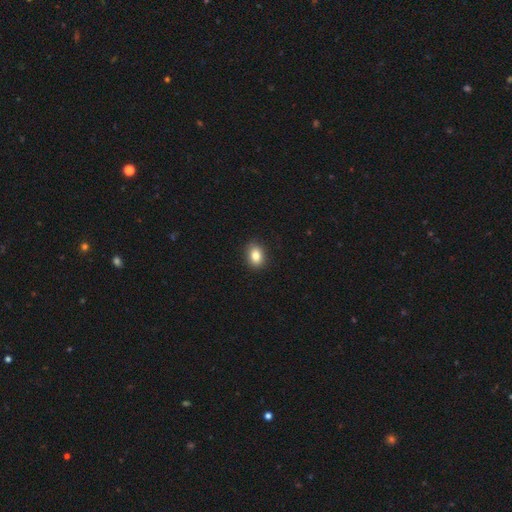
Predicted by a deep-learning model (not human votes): A smooth galaxy with no disk features (83%) that is in between round and cigar-shaped (63%).

Vote fractions:
- Smooth or featured? smooth: 83% / star or artifact: 10% / featured or disk: 7%
- How rounded? in between: 63% / round: 36% / cigar-shaped: 1%
- Merging? none: 89% / minor disturbance: 8% / major disturbance: 2% / merger: 1%